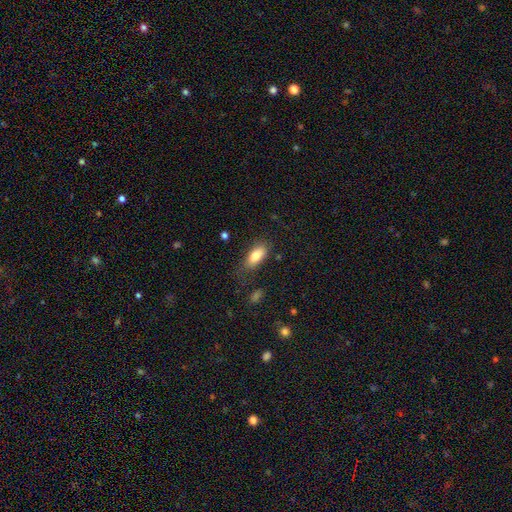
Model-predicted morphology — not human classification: smooth-or-featured: smooth: 81% | featured or disk: 12% | star or artifact: 7%
  how-rounded: in between: 85% | cigar-shaped: 11% | round: 3%
  merging: none: 71% | minor disturbance: 20% | major disturbance: 7% | merger: 2%